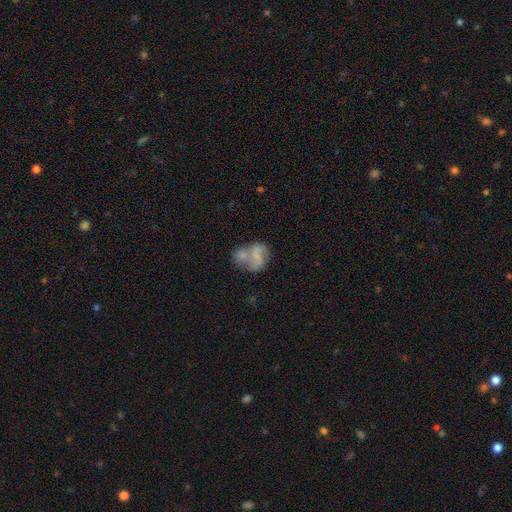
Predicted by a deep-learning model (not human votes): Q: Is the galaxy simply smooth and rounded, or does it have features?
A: smooth — 45%, tied with featured or disk.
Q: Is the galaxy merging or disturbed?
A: merger — 52%.